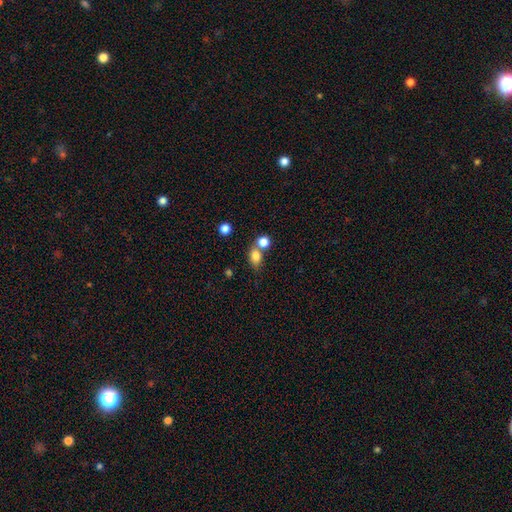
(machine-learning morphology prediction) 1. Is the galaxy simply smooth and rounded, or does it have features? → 81% smooth, 11% star or artifact, 8% featured or disk.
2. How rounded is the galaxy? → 57% in between, 42% round, 2% cigar-shaped.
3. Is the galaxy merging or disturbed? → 48% none, 36% merger, 11% minor disturbance, 5% major disturbance.